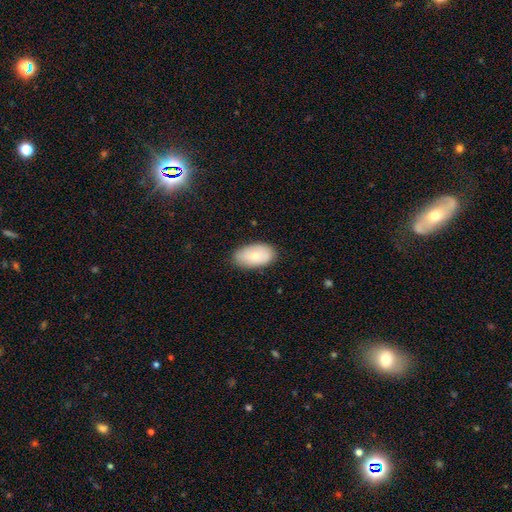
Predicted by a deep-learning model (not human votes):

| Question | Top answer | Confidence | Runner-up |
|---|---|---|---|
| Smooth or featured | smooth | 78% | featured or disk (17%) |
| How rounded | in between | 95% | round (3%) |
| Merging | none | 82% | minor disturbance (14%) |